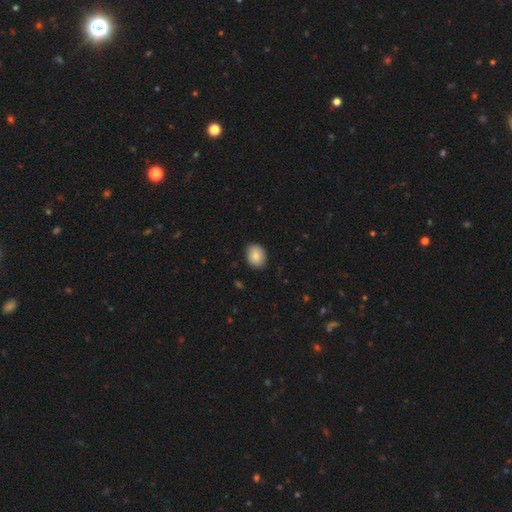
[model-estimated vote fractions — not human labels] Overall: smooth (84%). How rounded: in between (59%; round 40%). Merging: none (84%).